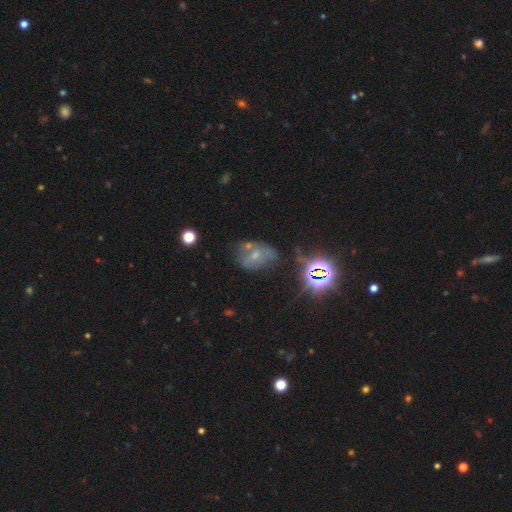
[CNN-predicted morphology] smooth-or-featured: featured or disk: 38% | smooth: 32% | star or artifact: 30%
  merging: none: 43% | minor disturbance: 25% | merger: 16% | major disturbance: 16%